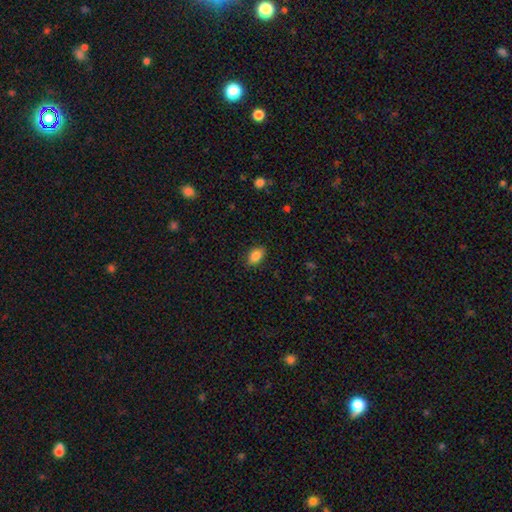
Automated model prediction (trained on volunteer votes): This is clearly a smooth galaxy (86%). How rounded: clearly in between (88%). Merging: clearly none (86%).